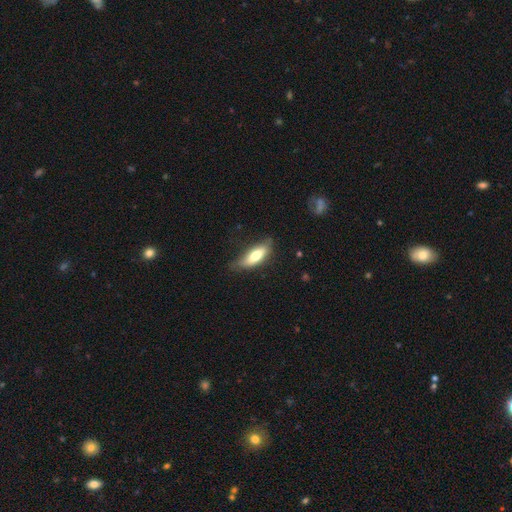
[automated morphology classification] smooth-or-featured: smooth: 66% | featured or disk: 28% | star or artifact: 6%
  how-rounded: in between: 61% | cigar-shaped: 37% | round: 2%
  merging: none: 60% | minor disturbance: 30% | major disturbance: 8% | merger: 2%